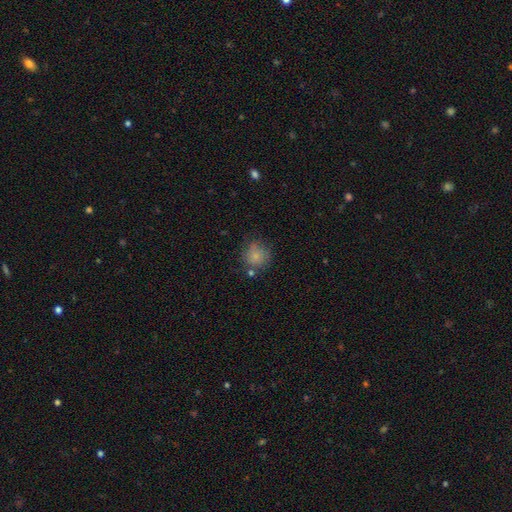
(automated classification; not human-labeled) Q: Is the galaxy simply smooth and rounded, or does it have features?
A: smooth — 78%.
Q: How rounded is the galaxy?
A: round — 86%.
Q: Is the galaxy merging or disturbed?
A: none — 64%.